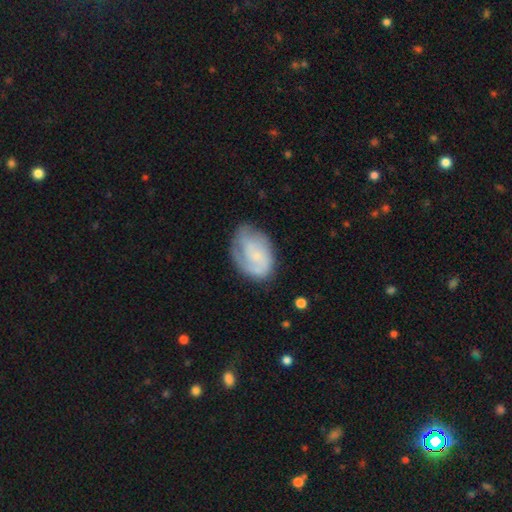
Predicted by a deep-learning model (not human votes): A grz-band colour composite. It shows a featured or disk galaxy (58%) with no bar (67%), spiral arms (83%) and a small central bulge (59%). Merging: none (61%).